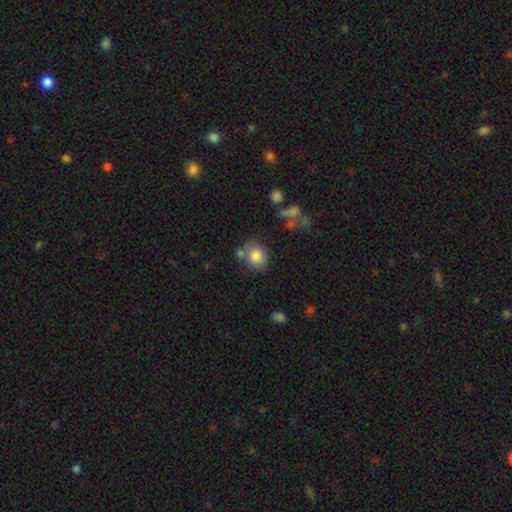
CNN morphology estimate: Smooth or featured: smooth — 81% (featured or disk — 11%)
How rounded: round — 63% (in between — 36%)
Merging: none — 60% (minor disturbance — 17%)